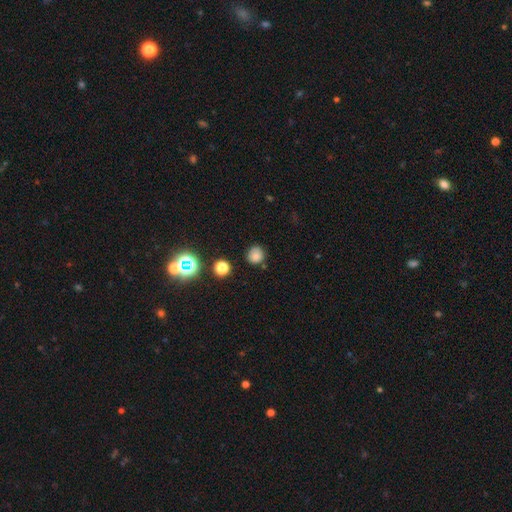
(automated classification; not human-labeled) Overall: smooth (79%). How rounded: round (86%). Merging: none (77%).